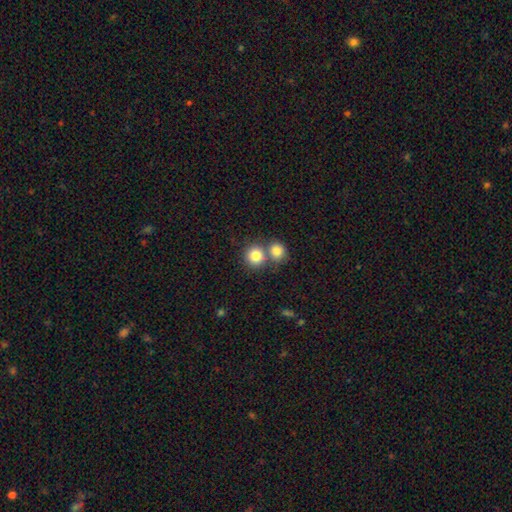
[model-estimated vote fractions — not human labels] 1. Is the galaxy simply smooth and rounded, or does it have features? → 82% smooth, 10% star or artifact, 8% featured or disk.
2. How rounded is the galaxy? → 86% round, 13% in between, 1% cigar-shaped.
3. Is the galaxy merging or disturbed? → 51% none, 40% merger, 7% minor disturbance, 3% major disturbance.